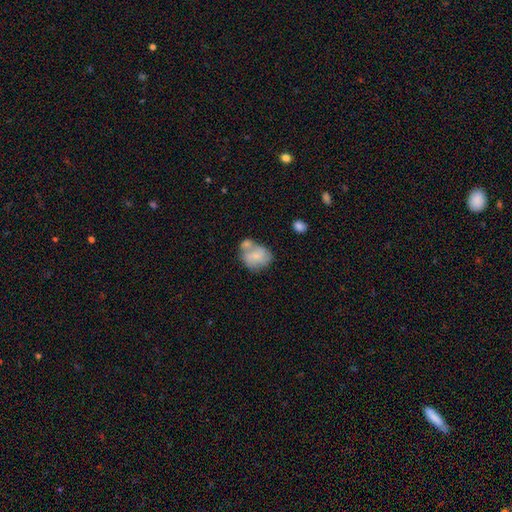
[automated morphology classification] The model was most divided on "how rounded": round: 55%, in between: 44%, cigar-shaped: 1%. Remaining: smooth or featured — smooth (54%); merging — merger (42%).